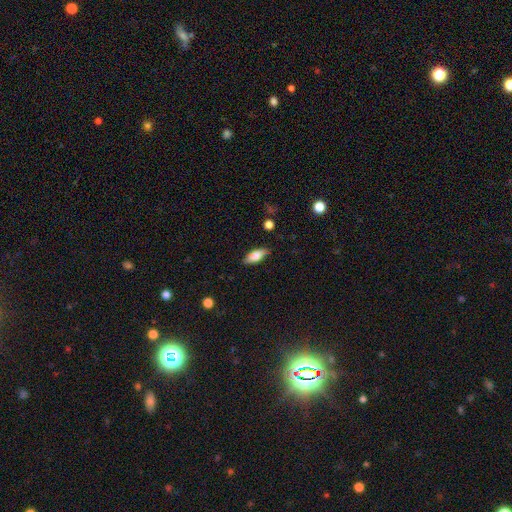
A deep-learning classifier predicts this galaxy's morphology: Q: Smooth or featured?
A: smooth (71%); runner-up: featured or disk (22%)
Q: How rounded?
A: in between (75%); runner-up: cigar-shaped (22%)
Q: Merging?
A: none (82%); runner-up: minor disturbance (14%)